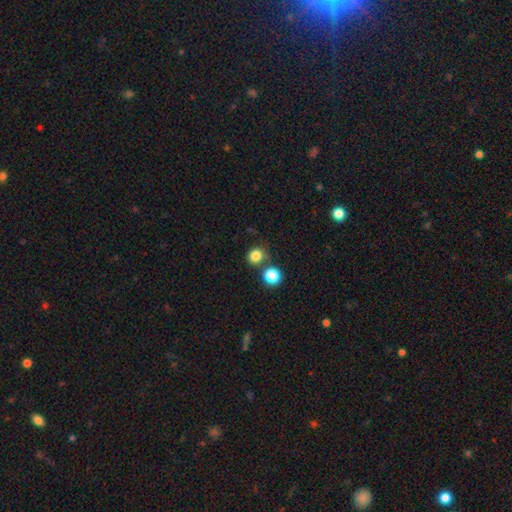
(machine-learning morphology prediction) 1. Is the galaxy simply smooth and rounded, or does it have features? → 82% smooth, 13% star or artifact, 5% featured or disk.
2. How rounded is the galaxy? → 81% round, 18% in between, 1% cigar-shaped.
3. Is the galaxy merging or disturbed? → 67% none, 20% merger, 9% minor disturbance, 3% major disturbance.